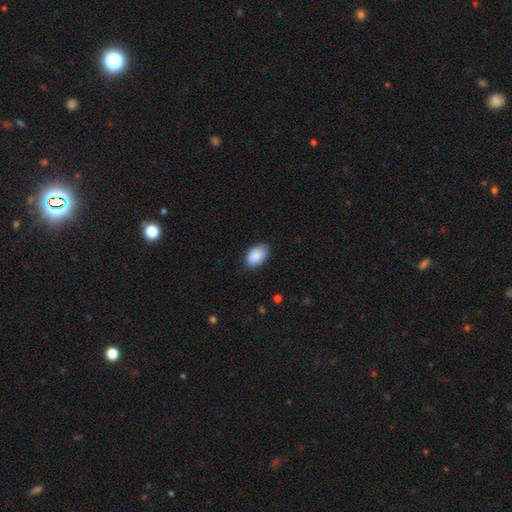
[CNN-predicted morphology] smooth 90%, star or artifact 6%, featured or disk 4%. Down the decision tree: how rounded — in between (92%); merging — none (82%).